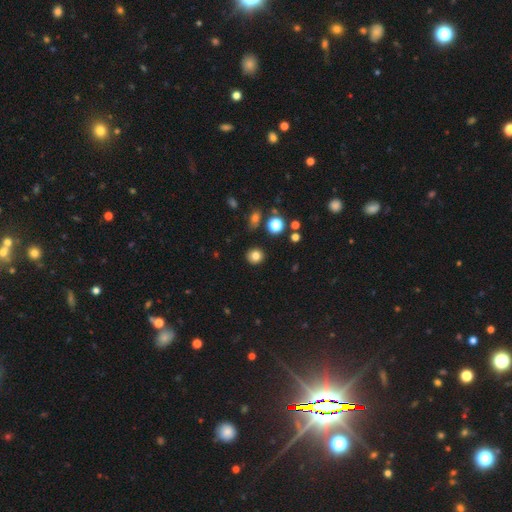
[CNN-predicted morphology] type=smooth (81%); roundness=round (89%); merging=none (89%).